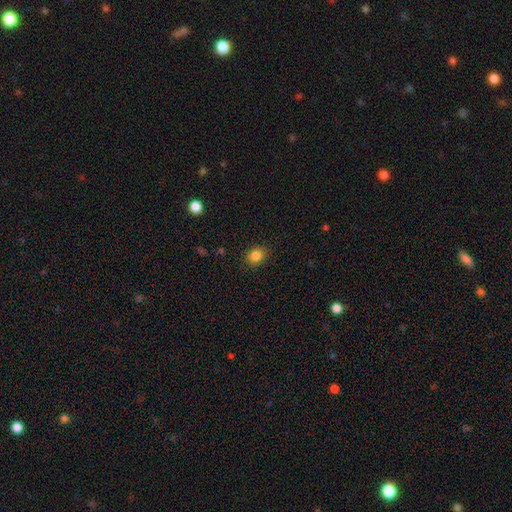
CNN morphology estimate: A smooth galaxy with no disk features (85%) that is round (63%). Merging: none (88%).